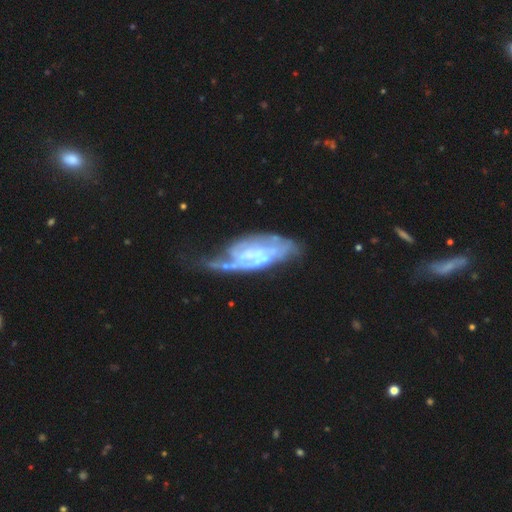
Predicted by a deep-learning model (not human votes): Smooth or featured?
  - featured or disk: 76% *
  - smooth: 16%
  - star or artifact: 7%
Edge-on disk?
  - no: 91% *
  - yes: 9%
Bar?
  - no: 63% *
  - weak: 25%
  - strong: 11%
Spiral arms?
  - yes: 59% *
  - no: 41%
Bulge size?
  - none: 43% *
  - small: 29%
  - moderate: 19%
  - large: 7%
  - dominant: 2%
Merging?
  - major disturbance: 40% *
  - minor disturbance: 25%
  - none: 24%
  - merger: 11%